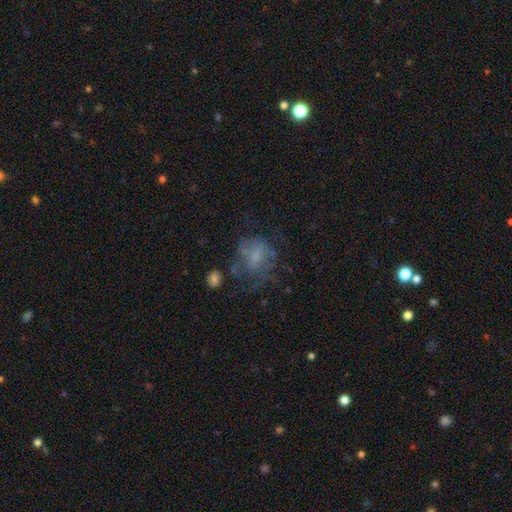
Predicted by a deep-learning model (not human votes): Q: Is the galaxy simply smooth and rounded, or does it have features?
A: featured or disk — 44%.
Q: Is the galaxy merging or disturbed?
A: none — 40%.